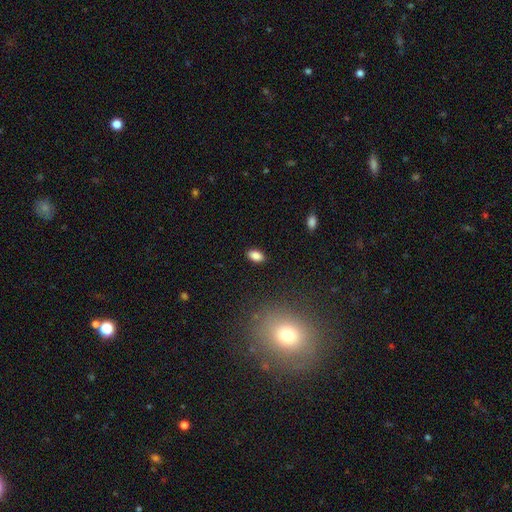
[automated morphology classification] Smooth or featured?
  - smooth: 86% *
  - star or artifact: 9%
  - featured or disk: 5%
How rounded?
  - in between: 91% *
  - round: 6%
  - cigar-shaped: 3%
Merging?
  - none: 88% *
  - minor disturbance: 8%
  - major disturbance: 2%
  - merger: 1%